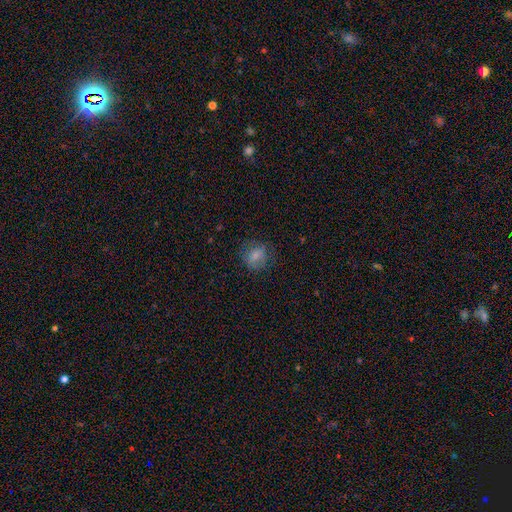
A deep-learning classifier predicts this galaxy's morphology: A smooth galaxy with no disk features (73%) that is round (68%). Merging: none (73%).